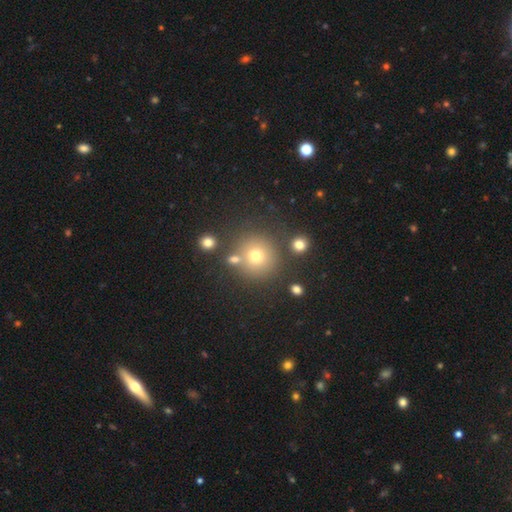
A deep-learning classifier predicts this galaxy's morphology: Q: Smooth or featured?
A: smooth (70%); runner-up: star or artifact (18%)
Q: How rounded?
A: round (92%); runner-up: in between (7%)
Q: Merging?
A: none (77%); runner-up: merger (10%)